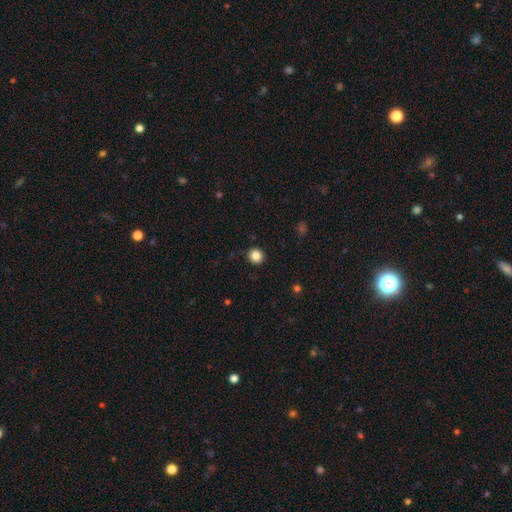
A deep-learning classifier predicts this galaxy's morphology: A smooth galaxy with no disk features (85%) that is round (93%).

Vote fractions:
- Smooth or featured? smooth: 85% / star or artifact: 11% / featured or disk: 4%
- How rounded? round: 93% / in between: 6% / cigar-shaped: 1%
- Merging? none: 92% / minor disturbance: 5% / major disturbance: 2% / merger: 1%